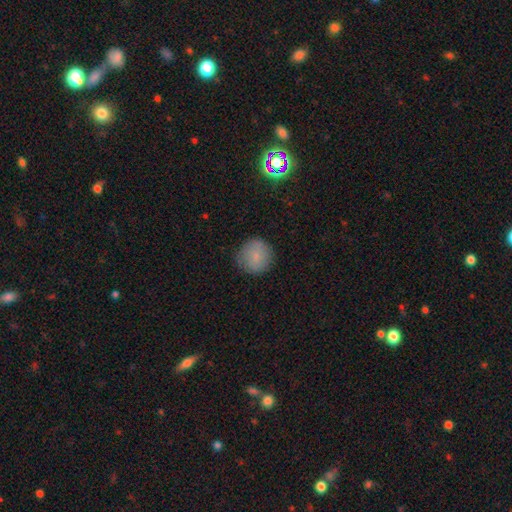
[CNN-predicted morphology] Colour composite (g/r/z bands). It shows a smooth galaxy with no disk features (80%) that is round (92%). Merging: none (82%).